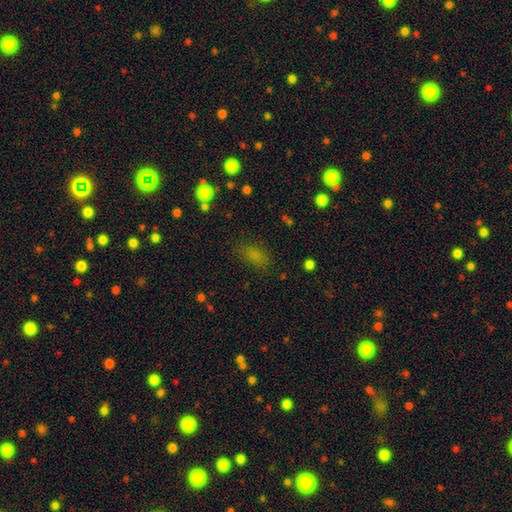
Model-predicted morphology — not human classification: Smooth or featured?
  - smooth: 75% *
  - star or artifact: 18%
  - featured or disk: 7%
How rounded?
  - in between: 85% *
  - round: 9%
  - cigar-shaped: 6%
Merging?
  - none: 74% *
  - minor disturbance: 17%
  - major disturbance: 7%
  - merger: 2%